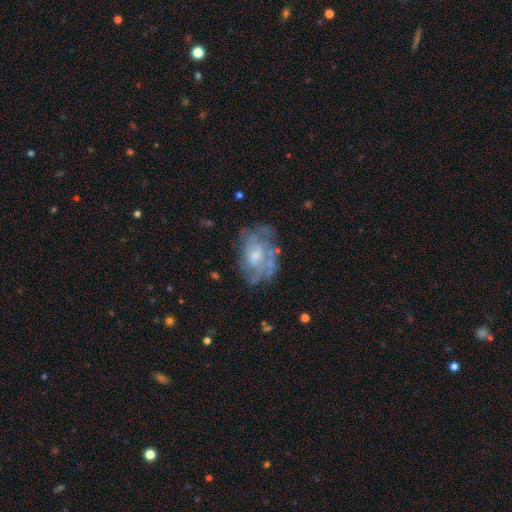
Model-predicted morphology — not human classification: A featured or disk galaxy (64%) with no bar (63%), spiral arms (52%) and a moderate central bulge (48%).

Vote fractions:
- Smooth or featured? featured or disk: 64% / smooth: 27% / star or artifact: 8%
- Edge-on disk? no: 96% / yes: 4%
- Bar? no: 63% / weak: 32% / strong: 5%
- Spiral arms? yes: 52% / no: 48%
- Bulge size? moderate: 48% / small: 33% / none: 11% / large: 7% / dominant: 1%
- Merging? none: 55% / minor disturbance: 24% / major disturbance: 18% / merger: 4%